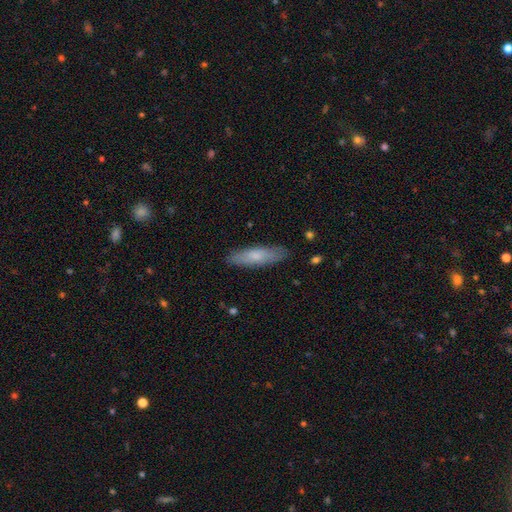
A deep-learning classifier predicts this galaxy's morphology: Q: Smooth or featured?
A: smooth (71%); runner-up: featured or disk (23%)
Q: How rounded?
A: cigar-shaped (67%); runner-up: in between (31%)
Q: Merging?
A: none (86%); runner-up: minor disturbance (11%)